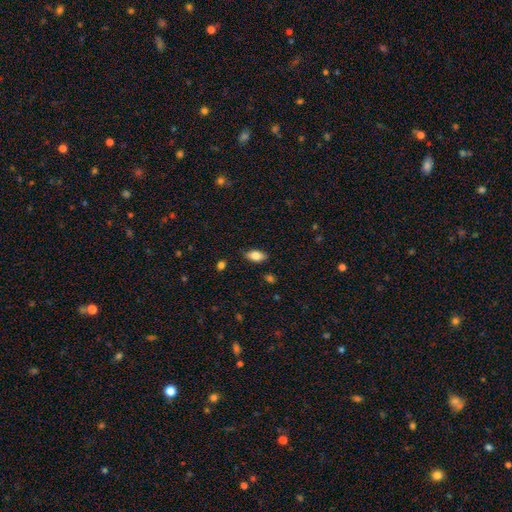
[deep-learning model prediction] This appears to be a smooth galaxy with no disk features (81%) that is in between round and cigar-shaped (90%). Merging: none (84%).